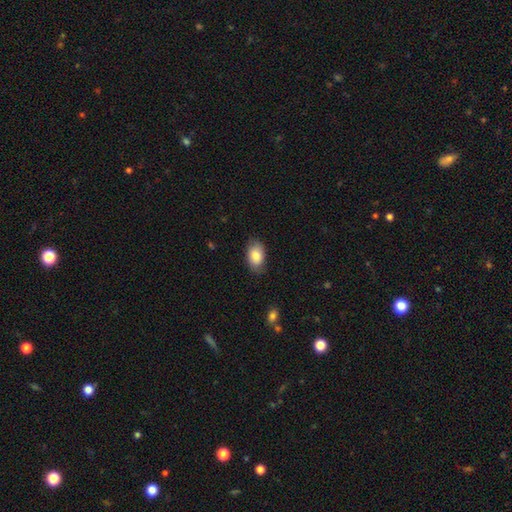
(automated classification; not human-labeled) smooth_or_featured: smooth (p=0.82) [alt: featured or disk p=0.11]
how_rounded: in between (p=0.91) [alt: round p=0.07]
merging: none (p=0.78) [alt: minor disturbance p=0.17]